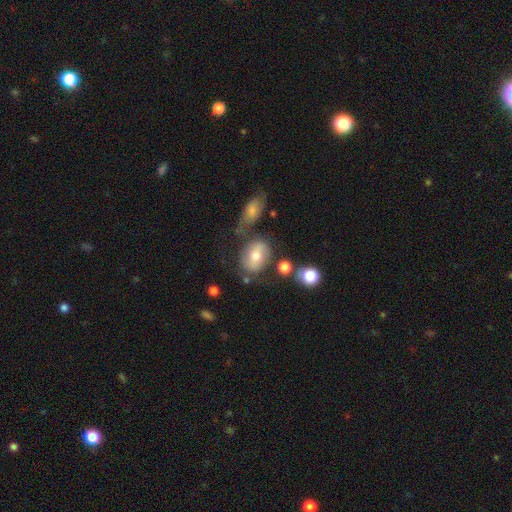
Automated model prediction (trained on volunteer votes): smooth 58%, featured or disk 32%, star or artifact 9%. Down the decision tree: how rounded — in between (61%); merging — none (62%).